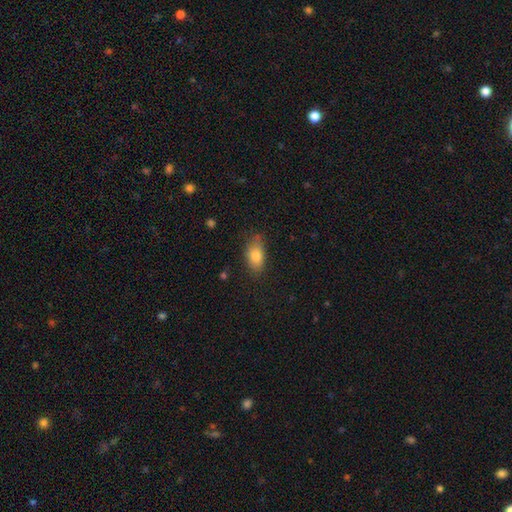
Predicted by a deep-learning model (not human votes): Morphology: type=smooth (82%); roundness=in between (88%); merging=none (73%).